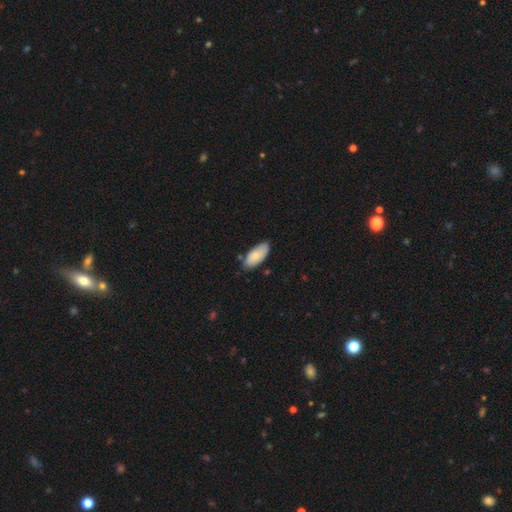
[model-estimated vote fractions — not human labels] Smooth or featured? smooth (71%)
How rounded? in between (92%)
Merging? none (74%)